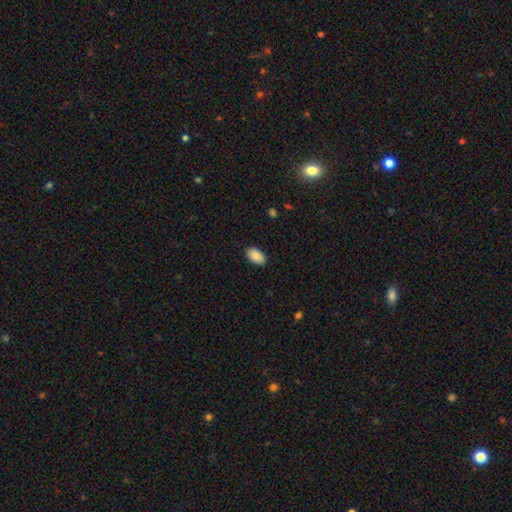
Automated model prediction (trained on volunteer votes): Q: Smooth or featured?
A: smooth (88%); runner-up: star or artifact (7%)
Q: How rounded?
A: in between (93%); runner-up: round (6%)
Q: Merging?
A: none (86%); runner-up: minor disturbance (11%)